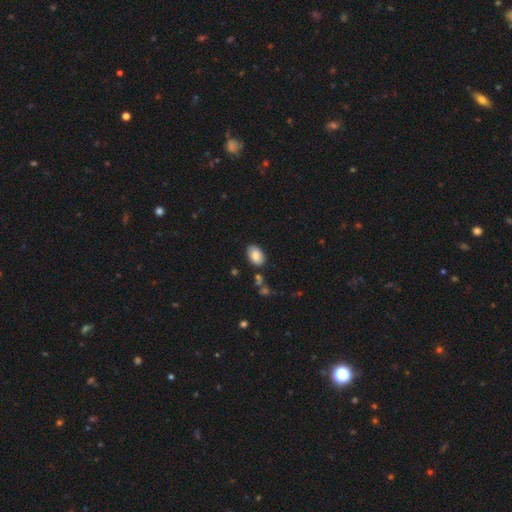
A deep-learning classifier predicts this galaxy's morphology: This appears to be a smooth galaxy with no disk features (82%) that is in between round and cigar-shaped (91%). Merging: none (82%).